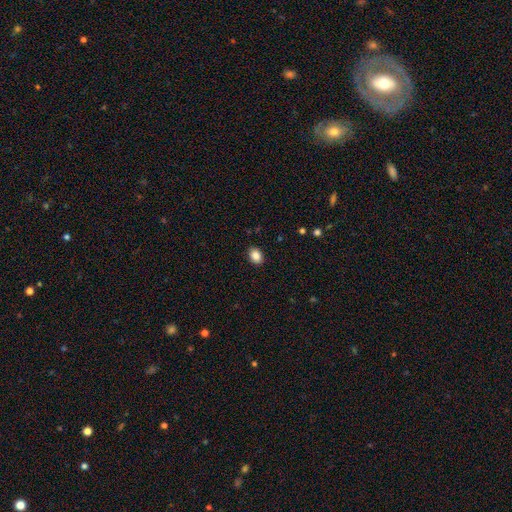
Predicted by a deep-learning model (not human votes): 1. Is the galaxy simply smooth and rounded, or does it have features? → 87% smooth, 9% star or artifact, 4% featured or disk.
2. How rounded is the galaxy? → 69% in between, 30% round, 1% cigar-shaped.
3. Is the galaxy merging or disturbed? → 90% none, 7% minor disturbance, 2% major disturbance, 1% merger.